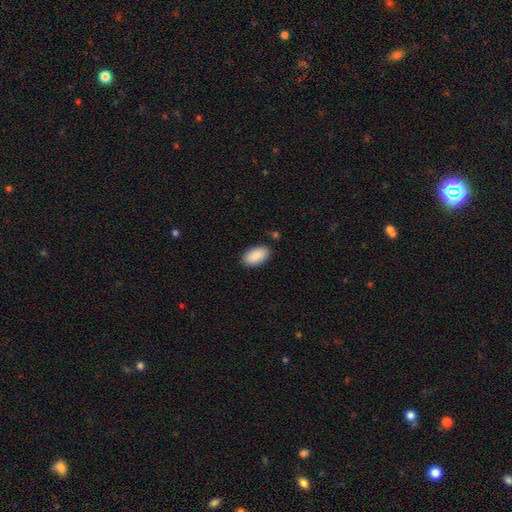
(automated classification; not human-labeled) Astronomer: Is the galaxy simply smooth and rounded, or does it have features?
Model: smooth — 91%.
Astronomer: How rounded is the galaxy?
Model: in between — 95%.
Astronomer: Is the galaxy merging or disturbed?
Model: none — 87%.